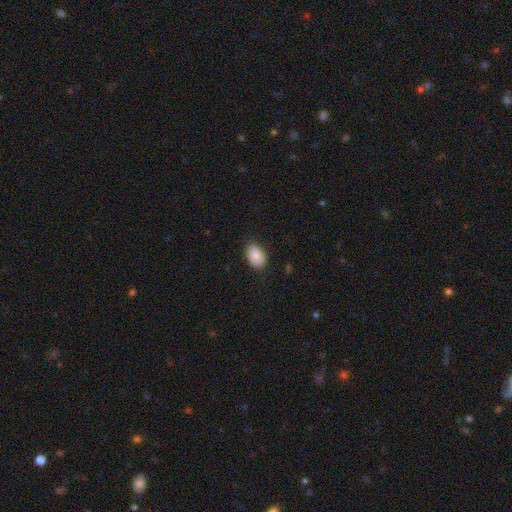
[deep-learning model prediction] A smooth galaxy with no disk features (86%) that is in between round and cigar-shaped (87%).

Vote fractions:
- Smooth or featured? smooth: 86% / featured or disk: 7% / star or artifact: 7%
- How rounded? in between: 87% / round: 12% / cigar-shaped: 1%
- Merging? none: 79% / minor disturbance: 17% / major disturbance: 3% / merger: 1%